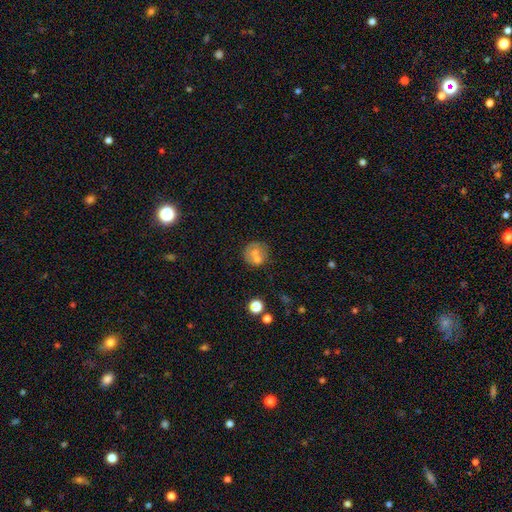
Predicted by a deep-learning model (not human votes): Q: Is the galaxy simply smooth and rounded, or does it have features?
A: smooth — 57%.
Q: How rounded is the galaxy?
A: round — 82%.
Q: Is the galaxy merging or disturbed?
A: none — 47%.